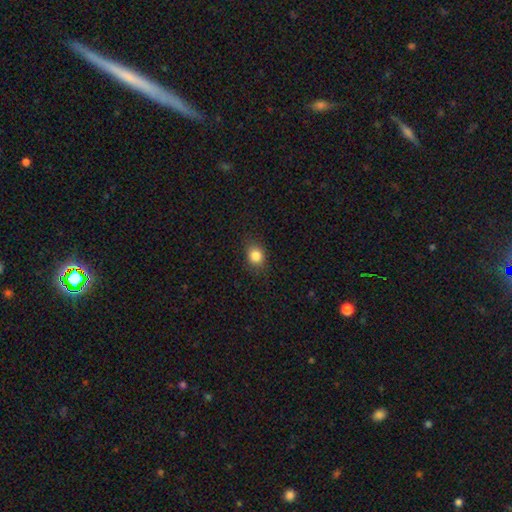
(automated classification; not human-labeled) Overall: smooth (85%). How rounded: round (62%; in between 37%). Merging: none (85%).